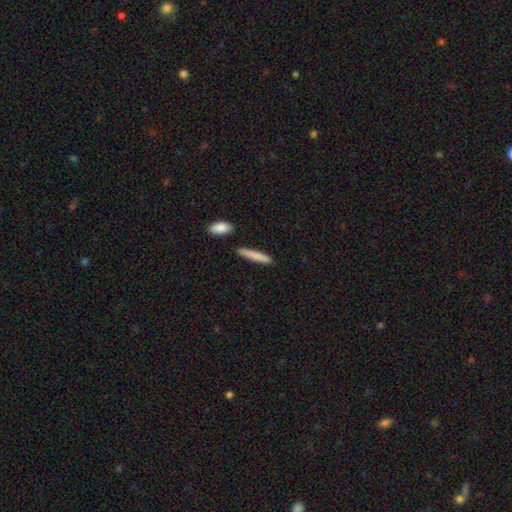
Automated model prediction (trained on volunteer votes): The model was most divided on "smooth or featured": smooth: 80%, featured or disk: 14%, star or artifact: 5%. More confident: how rounded — cigar-shaped (91%); merging — none (86%).